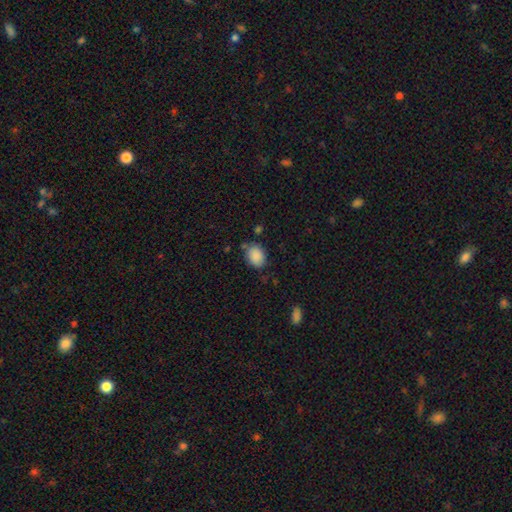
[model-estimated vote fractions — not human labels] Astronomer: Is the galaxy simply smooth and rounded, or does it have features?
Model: smooth — 88%.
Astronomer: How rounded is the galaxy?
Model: in between — 69%.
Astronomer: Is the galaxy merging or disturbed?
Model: none — 73%.